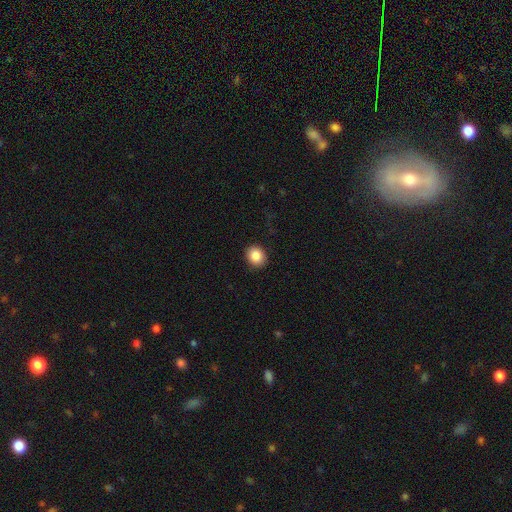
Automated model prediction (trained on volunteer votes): Smooth or featured? smooth (86%)
How rounded? round (77%)
Merging? none (90%)